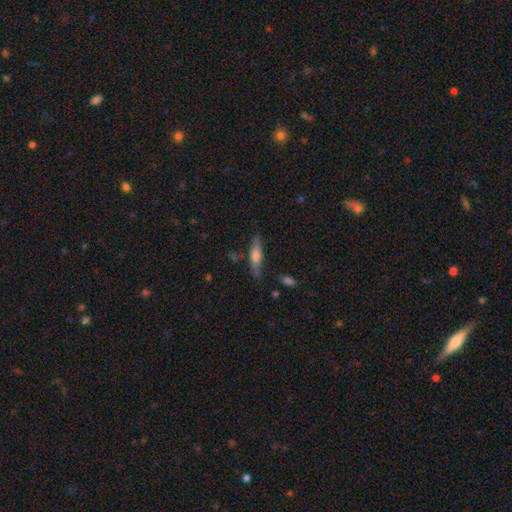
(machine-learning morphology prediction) Smooth or featured? smooth (49%)
Merging? none (77%)